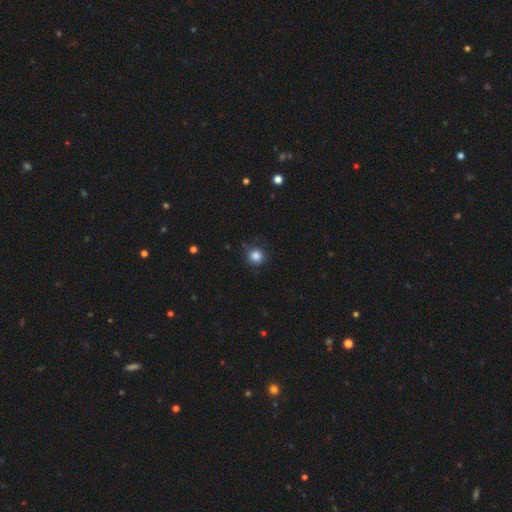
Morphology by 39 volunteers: Overall: smooth (100%). How rounded: round (95%). Merging: none (95%).